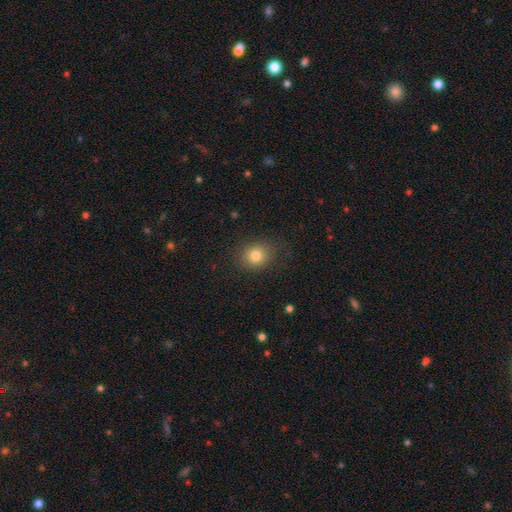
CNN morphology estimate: Overall: smooth (80%). How rounded: round (75%). Merging: none (84%).